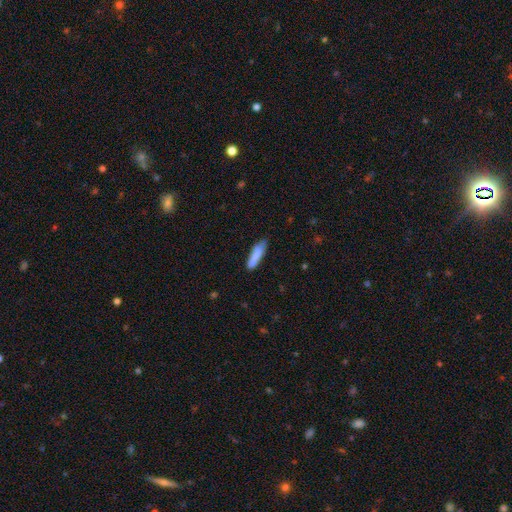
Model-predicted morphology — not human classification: Overall: smooth (82%). How rounded: cigar-shaped (76%). Merging: none (73%).